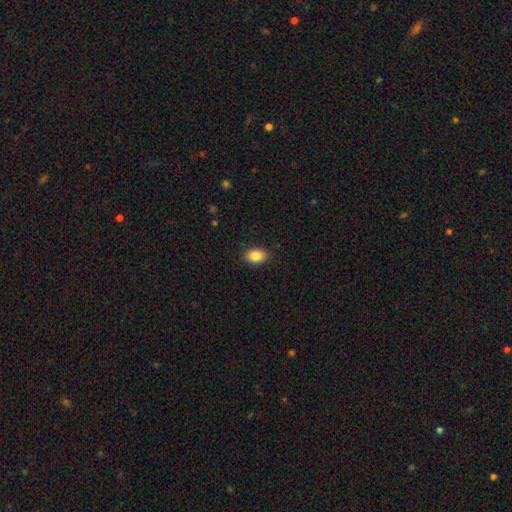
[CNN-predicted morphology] type=smooth (86%); roundness=in between (76%); merging=none (89%).